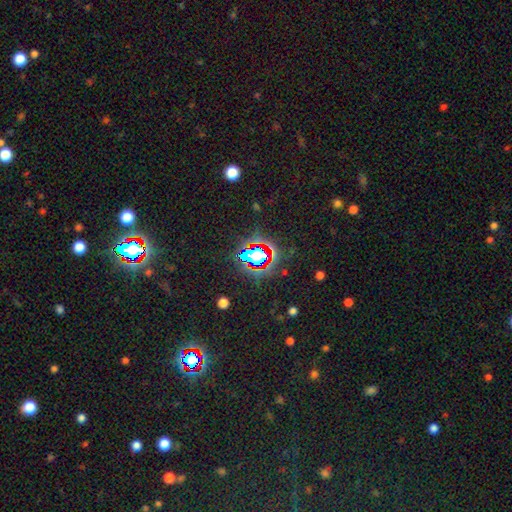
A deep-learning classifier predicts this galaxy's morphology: type=star or artifact (70%).